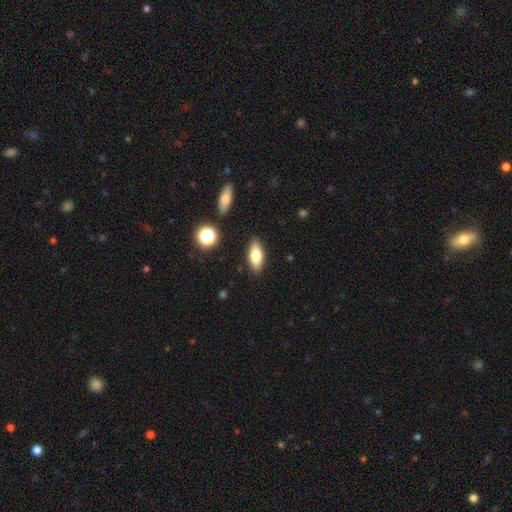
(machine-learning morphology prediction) Smooth or featured? Predicted: smooth (p=0.75). How rounded? Predicted: in between (p=0.80). Merging? Predicted: none (p=0.87).